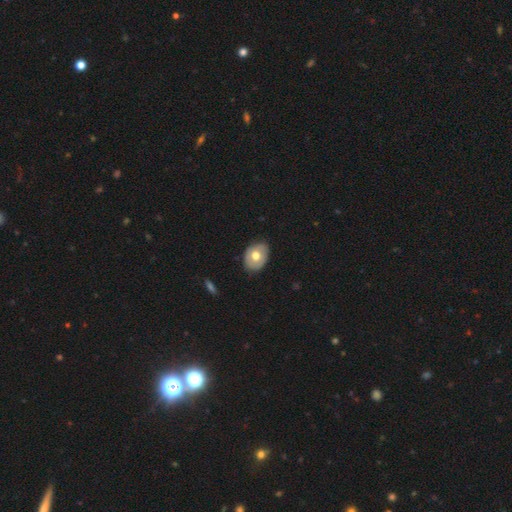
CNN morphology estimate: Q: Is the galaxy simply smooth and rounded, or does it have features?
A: smooth — 61%.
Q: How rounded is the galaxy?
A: in between — 68%.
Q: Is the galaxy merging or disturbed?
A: none — 82%.